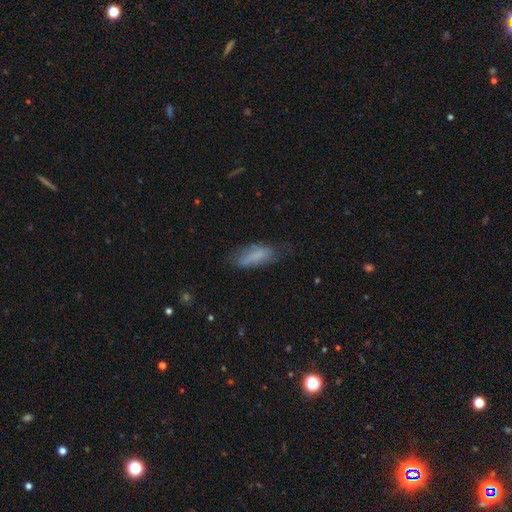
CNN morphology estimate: The model was most divided on "merging": none: 52%, minor disturbance: 31%, major disturbance: 14%, merger: 2%. More confident: smooth or featured — smooth (72%); how rounded — in between (69%).